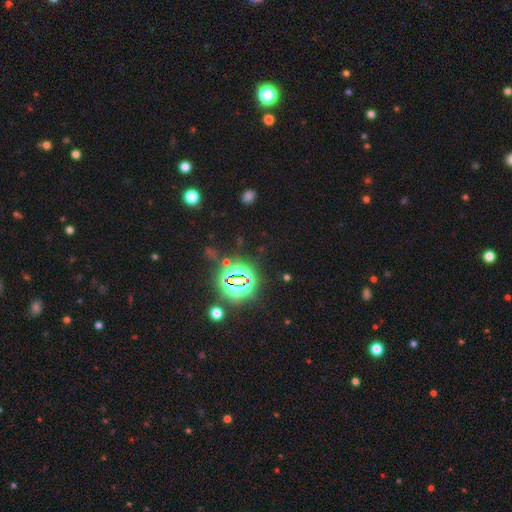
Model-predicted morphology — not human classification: This is clearly a star or artifact rather than a galaxy (82%).